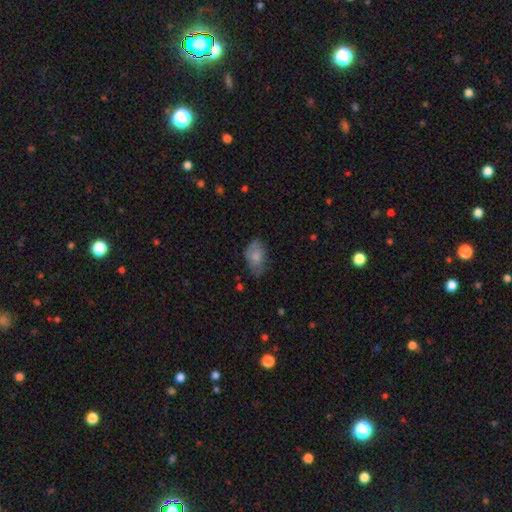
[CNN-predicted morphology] A smooth galaxy with no disk features (69%) that is in between round and cigar-shaped (90%).

Vote fractions:
- Smooth or featured? smooth: 69% / featured or disk: 23% / star or artifact: 8%
- How rounded? in between: 90% / round: 8% / cigar-shaped: 2%
- Merging? none: 59% / minor disturbance: 28% / major disturbance: 10% / merger: 2%